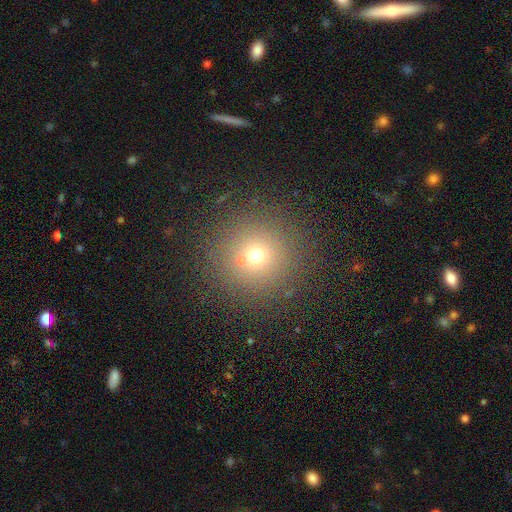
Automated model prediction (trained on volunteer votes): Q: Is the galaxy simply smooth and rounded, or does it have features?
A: smooth — 66%.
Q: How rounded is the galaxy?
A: round — 95%.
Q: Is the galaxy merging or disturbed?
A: none — 81%.